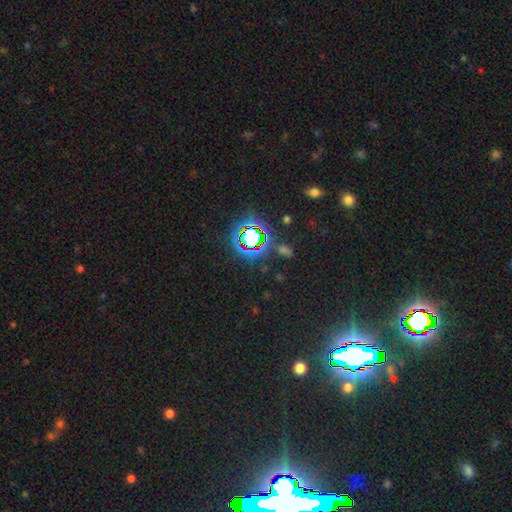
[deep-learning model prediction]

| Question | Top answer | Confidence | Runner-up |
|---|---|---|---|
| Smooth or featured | star or artifact | 83% | smooth (10%) |